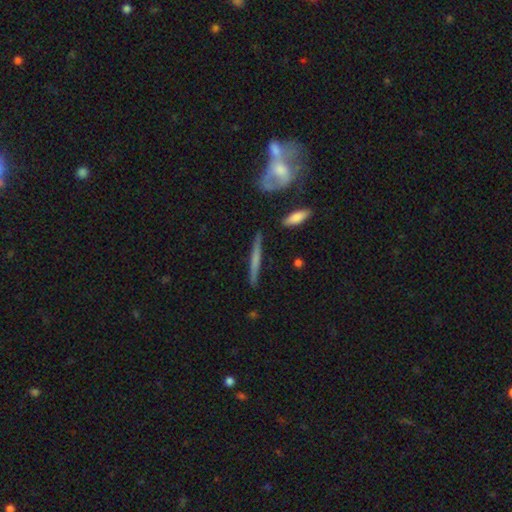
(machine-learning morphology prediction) Smooth or featured?
  - featured or disk: 52% *
  - smooth: 42%
  - star or artifact: 6%
Edge-on disk?
  - yes: 94% *
  - no: 6%
Merging?
  - none: 86% *
  - minor disturbance: 9%
  - merger: 3%
  - major disturbance: 2%